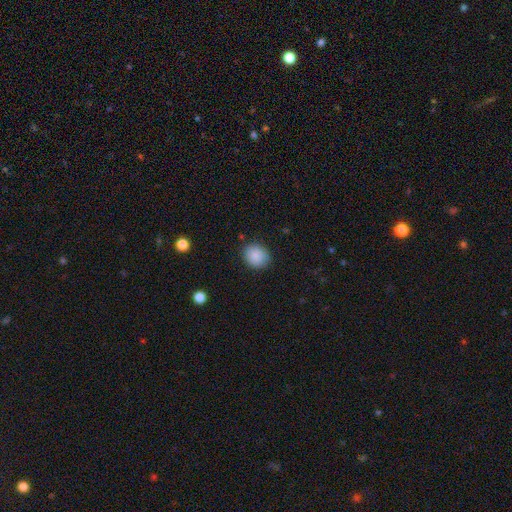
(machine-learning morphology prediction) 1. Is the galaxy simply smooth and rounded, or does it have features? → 88% smooth, 8% star or artifact, 4% featured or disk.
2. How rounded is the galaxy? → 72% round, 27% in between, 1% cigar-shaped.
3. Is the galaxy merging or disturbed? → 86% none, 11% minor disturbance, 3% major disturbance, 1% merger.